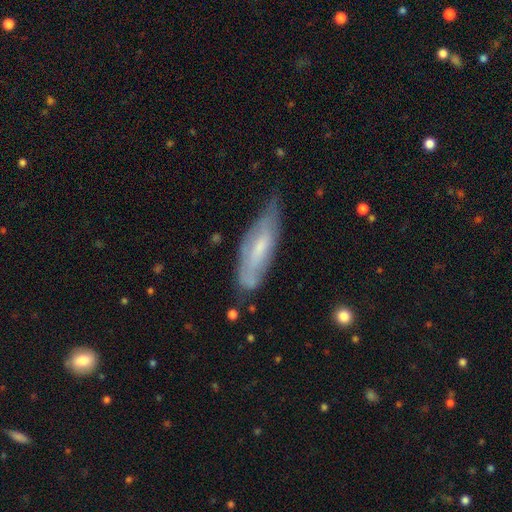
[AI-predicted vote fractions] Smooth or featured? Predicted: featured or disk (p=0.52). Edge-on disk? Predicted: no (p=0.68). Merging? Predicted: none (p=0.52).